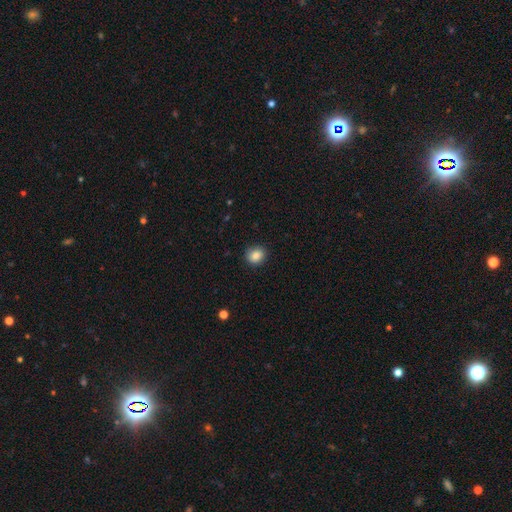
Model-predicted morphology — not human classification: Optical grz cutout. It shows a smooth galaxy with no disk features (86%) that is round (76%). Merging: none (88%).